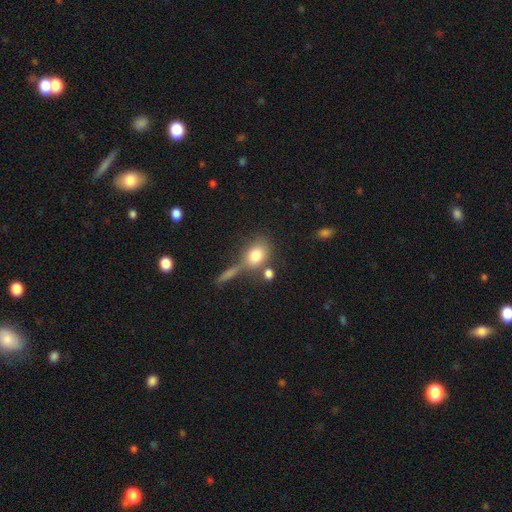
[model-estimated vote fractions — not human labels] smooth 79%, featured or disk 12%, star or artifact 10%. Down the decision tree: how rounded — in between (62%); merging — none (54%).